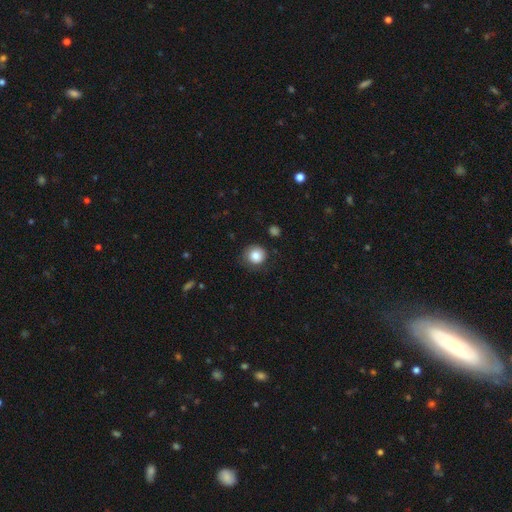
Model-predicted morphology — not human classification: This is clearly a smooth galaxy (83%). How rounded: clearly round (90%). Merging: likely none (75%).